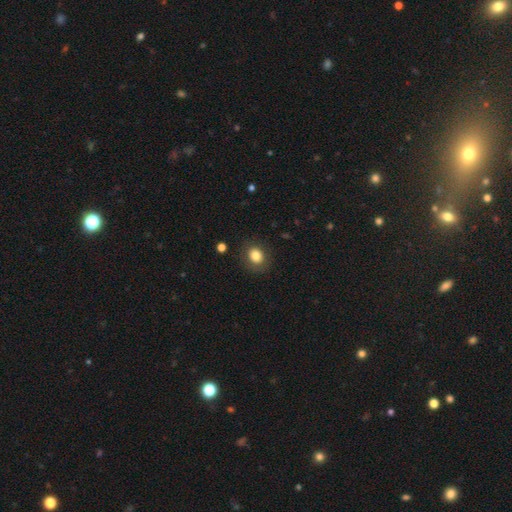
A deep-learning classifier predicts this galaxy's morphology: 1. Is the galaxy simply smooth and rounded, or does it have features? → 81% smooth, 10% star or artifact, 9% featured or disk.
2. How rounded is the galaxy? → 67% round, 32% in between, 1% cigar-shaped.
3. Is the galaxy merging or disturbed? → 85% none, 10% minor disturbance, 4% major disturbance, 1% merger.